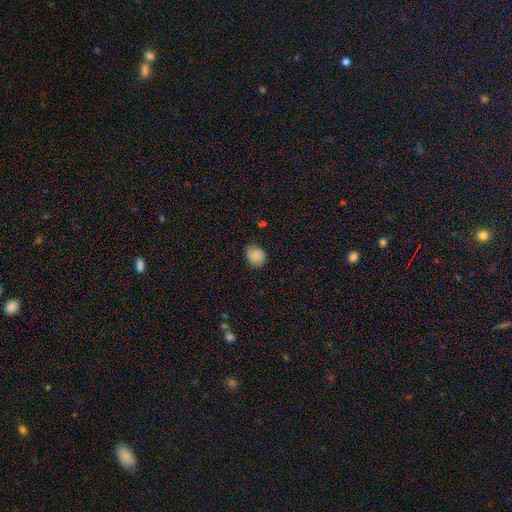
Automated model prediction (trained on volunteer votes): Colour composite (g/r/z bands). It shows a smooth galaxy with no disk features (80%) that is round (64%). Merging: none (75%).